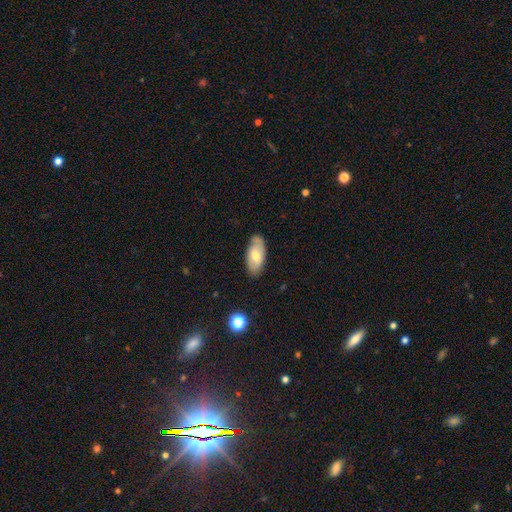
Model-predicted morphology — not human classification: This appears to be a smooth galaxy with no disk features (53%) that is in between round and cigar-shaped (91%). Merging: none (77%).